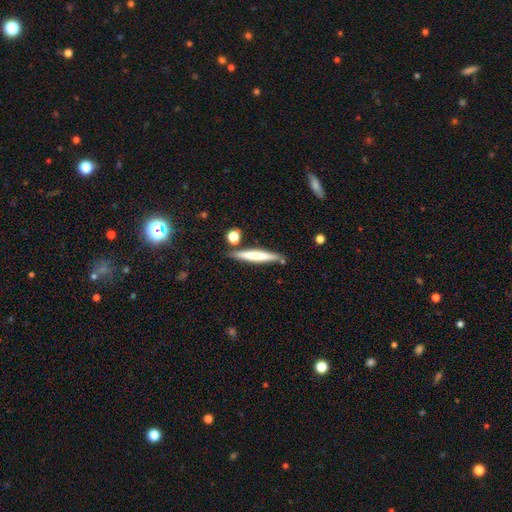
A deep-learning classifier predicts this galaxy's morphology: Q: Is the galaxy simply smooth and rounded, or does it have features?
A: smooth — 57%.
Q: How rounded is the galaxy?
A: cigar-shaped — 93%.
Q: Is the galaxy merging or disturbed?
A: none — 78%.